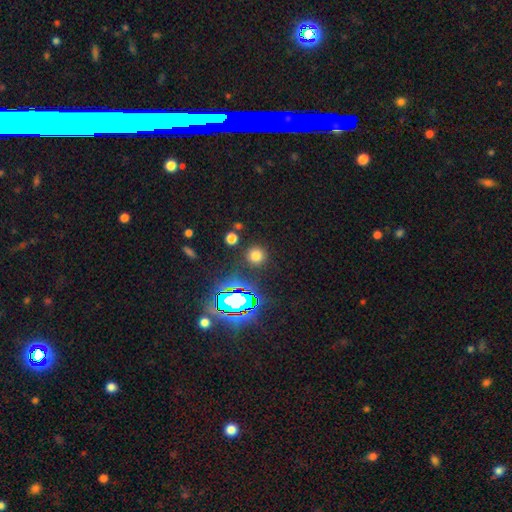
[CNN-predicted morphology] smooth 69%, star or artifact 24%, featured or disk 6%. Down the decision tree: how rounded — round (93%); merging — none (87%).